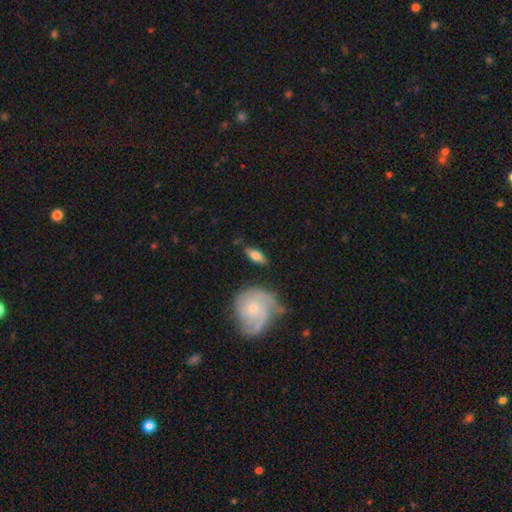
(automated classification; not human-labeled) This is possibly a smooth galaxy (58%). How rounded: likely in between (66%). Merging: likely none (78%).